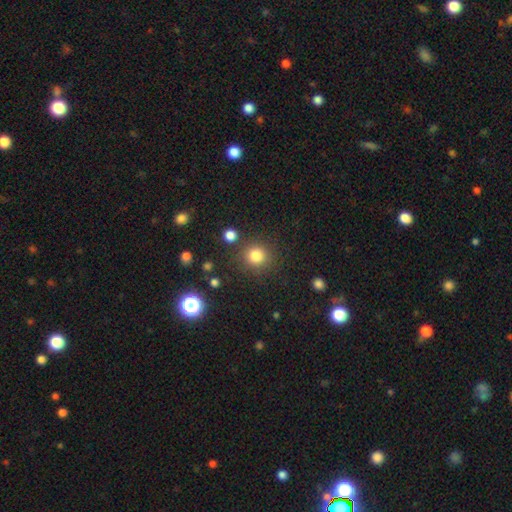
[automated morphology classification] The model was most divided on "smooth or featured": smooth: 81%, star or artifact: 13%, featured or disk: 5%. More confident: how rounded — round (90%); merging — none (84%).